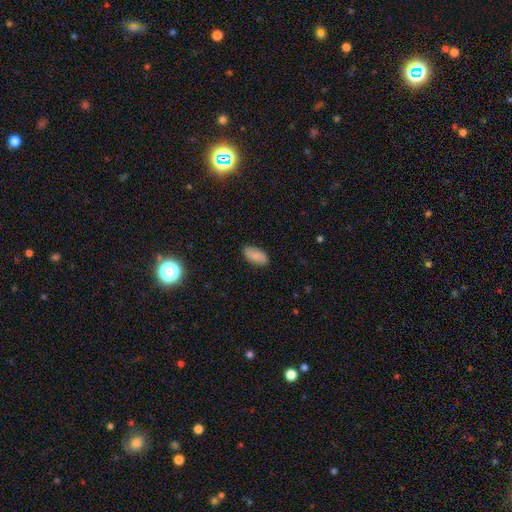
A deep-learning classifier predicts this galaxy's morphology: Smooth or featured? smooth (77%)
How rounded? in between (93%)
Merging? none (80%)